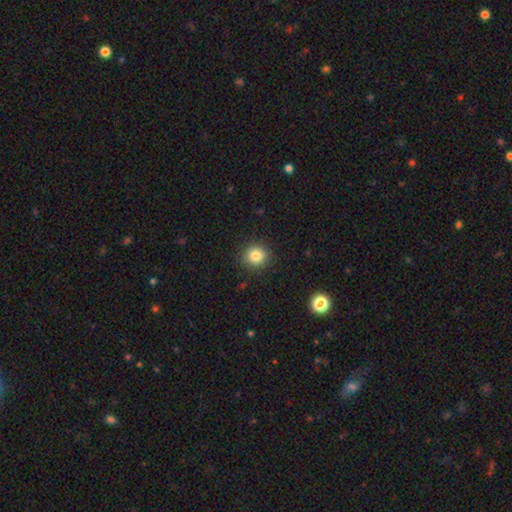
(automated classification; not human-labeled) Q: Smooth or featured?
A: smooth (83%); runner-up: star or artifact (11%)
Q: How rounded?
A: round (88%); runner-up: in between (11%)
Q: Merging?
A: none (89%); runner-up: minor disturbance (7%)